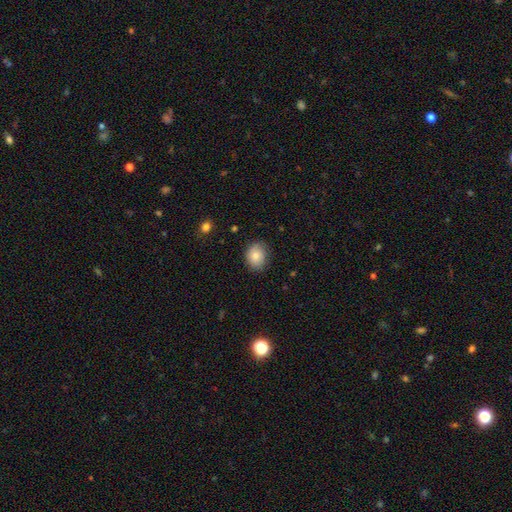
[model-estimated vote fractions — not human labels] This is clearly a smooth galaxy (84%). How rounded: possibly round (51%). Merging: clearly none (81%).